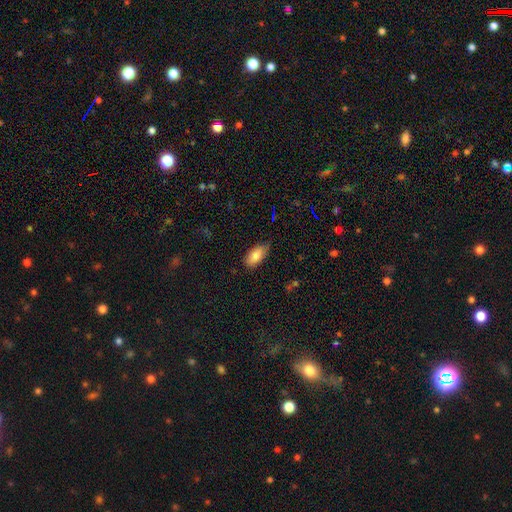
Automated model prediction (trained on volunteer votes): Morphology: type=smooth (85%); roundness=in between (91%); merging=none (80%).